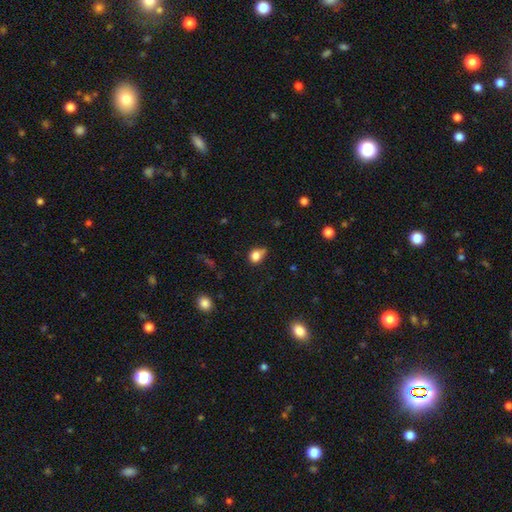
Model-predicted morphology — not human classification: Q: Smooth or featured?
A: smooth (81%); runner-up: star or artifact (11%)
Q: How rounded?
A: round (57%); runner-up: in between (41%)
Q: Merging?
A: none (45%); runner-up: minor disturbance (40%)